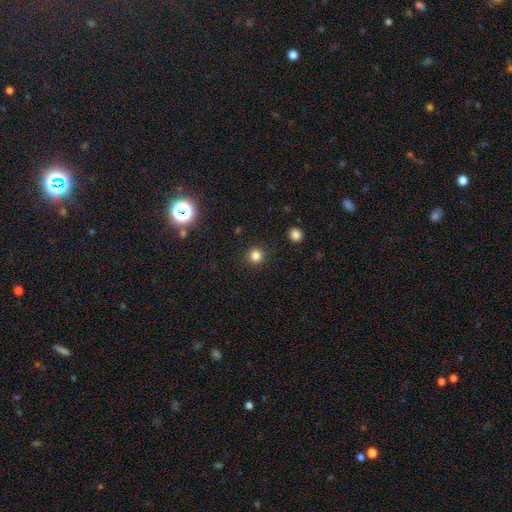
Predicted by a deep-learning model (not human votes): Overall: smooth (81%). How rounded: round (95%). Merging: none (92%).